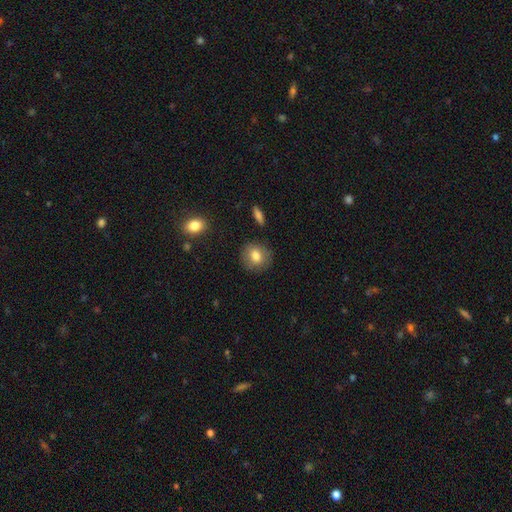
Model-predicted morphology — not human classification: smooth 78%, featured or disk 14%, star or artifact 8%. Down the decision tree: how rounded — round (78%); merging — none (85%).